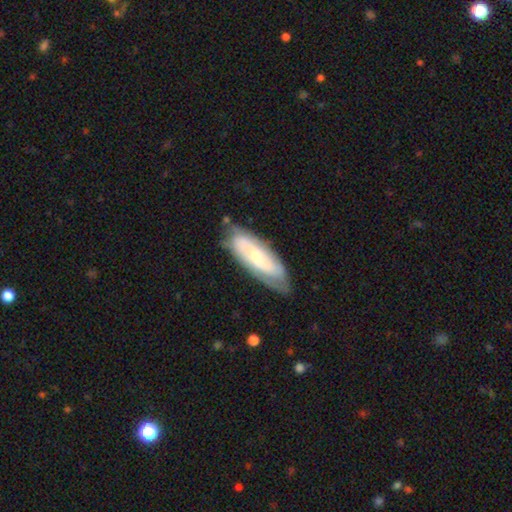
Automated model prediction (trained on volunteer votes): smooth_or_featured: featured or disk (p=0.57) [alt: smooth p=0.37]
disk_edge_on: no (p=0.82) [alt: yes p=0.18]
merging: none (p=0.69) [alt: minor disturbance p=0.23]